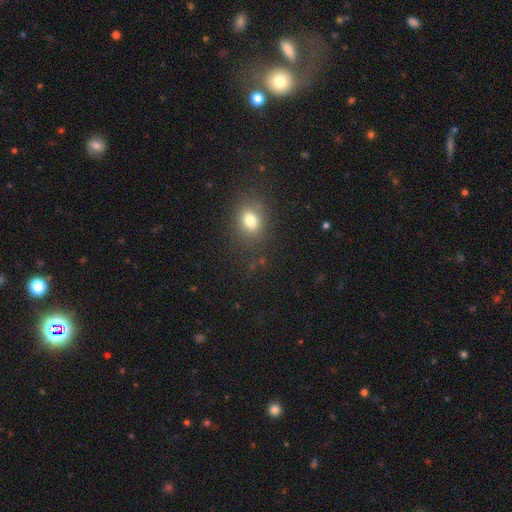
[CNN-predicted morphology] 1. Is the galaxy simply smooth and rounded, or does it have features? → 61% smooth, 29% star or artifact, 10% featured or disk.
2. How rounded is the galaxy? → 66% round, 33% in between, 2% cigar-shaped.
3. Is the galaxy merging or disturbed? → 78% none, 11% minor disturbance, 6% major disturbance, 5% merger.